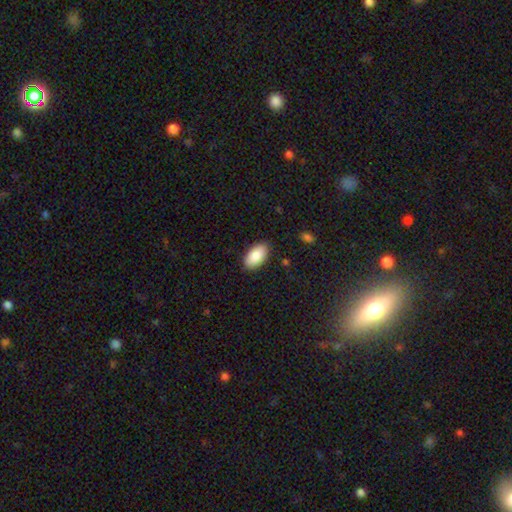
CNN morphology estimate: smooth 88%, featured or disk 6%, star or artifact 6%. Down the decision tree: how rounded — in between (95%); merging — none (87%).